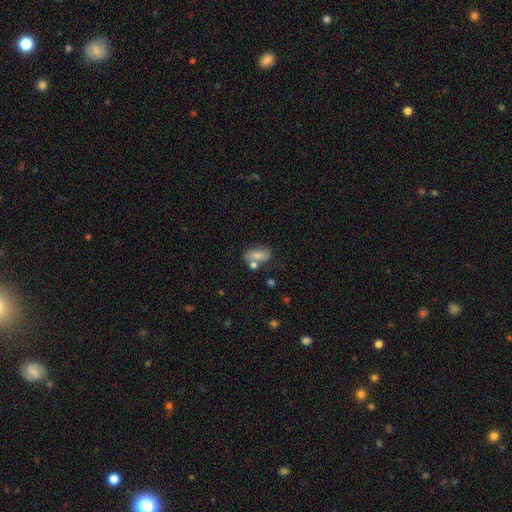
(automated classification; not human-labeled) Smooth or featured? smooth (66%)
How rounded? in between (81%)
Merging? none (51%)